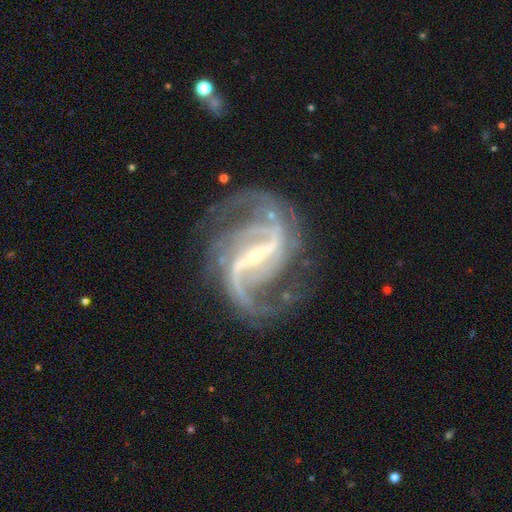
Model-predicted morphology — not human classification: A featured or disk galaxy (92%) with a strong bar (73%), 2 (79%) medium (45%) spiral arms (98%) and a small central bulge (76%).

Vote fractions:
- Smooth or featured? featured or disk: 92% / star or artifact: 6% / smooth: 2%
- Edge-on disk? no: 98% / yes: 2%
- Bar? strong: 73% / weak: 22% / no: 5%
- Spiral arms? yes: 98% / no: 2%
- Spiral winding? medium: 45% / loose: 44% / tight: 11%
- Spiral arm count? 2: 79% / 3: 7% / can't tell: 4% / 4: 4% / 1: 3% / more than 4: 3%
- Bulge size? small: 76% / moderate: 17% / none: 4% / large: 2% / dominant: 1%
- Merging? none: 71% / minor disturbance: 15% / major disturbance: 12% / merger: 2%